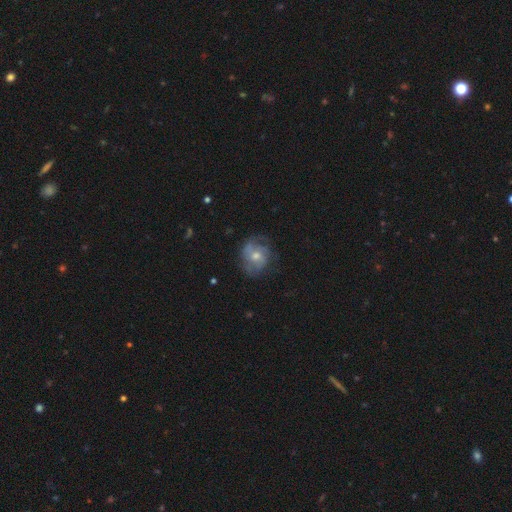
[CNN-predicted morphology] The model was most divided on "spiral arm count": 2: 36%, can't tell: 33%, 3: 17%, 1: 6%, 4: 5%, more than 4: 4%. Remaining: edge-on disk — no (97%); spiral arms — yes (84%); merging — none (68%); bar — no (68%); smooth or featured — featured or disk (65%); bulge size — moderate (59%); spiral winding — medium (42%).